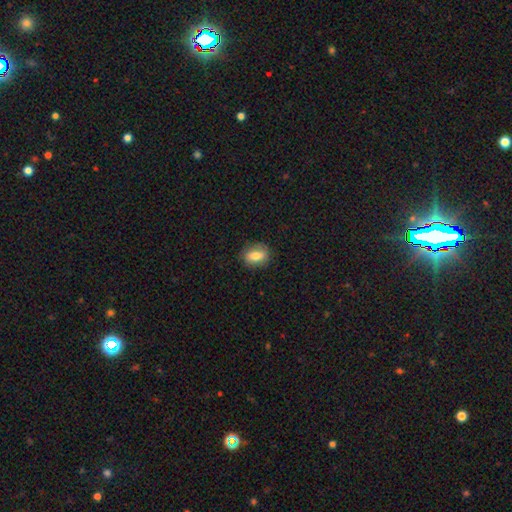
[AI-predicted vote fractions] Smooth or featured?
  - smooth: 72% *
  - featured or disk: 20%
  - star or artifact: 8%
How rounded?
  - in between: 68% *
  - round: 29%
  - cigar-shaped: 3%
Merging?
  - none: 81% *
  - minor disturbance: 14%
  - major disturbance: 3%
  - merger: 1%